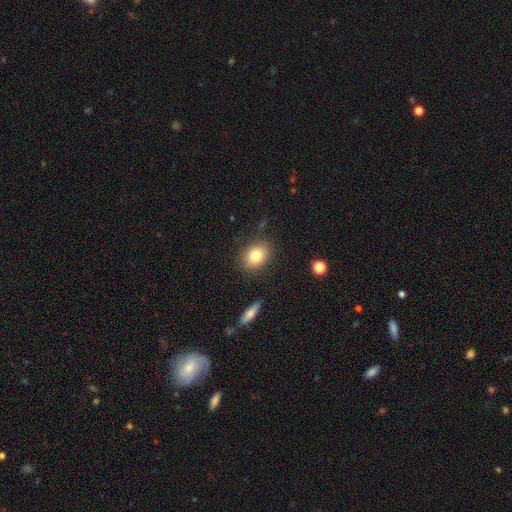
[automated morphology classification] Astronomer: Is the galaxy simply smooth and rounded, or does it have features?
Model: smooth — 81%.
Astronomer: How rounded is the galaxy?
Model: in between — 57% (runner-up: round, 42%).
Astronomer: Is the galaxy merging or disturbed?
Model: none — 85%.